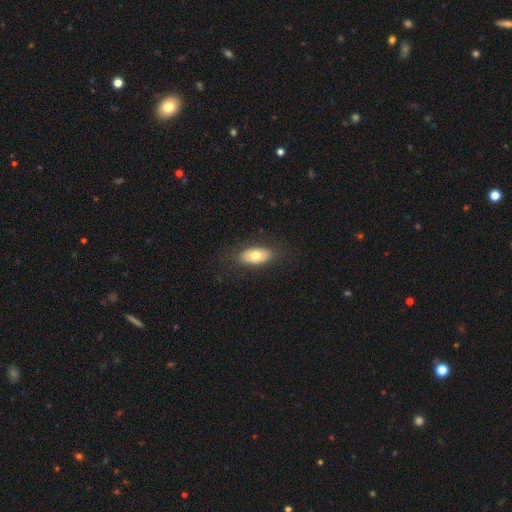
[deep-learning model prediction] smooth-or-featured: smooth: 71% | featured or disk: 23% | star or artifact: 6%
  how-rounded: in between: 90% | cigar-shaped: 5% | round: 4%
  merging: none: 84% | minor disturbance: 11% | major disturbance: 4% | merger: 1%